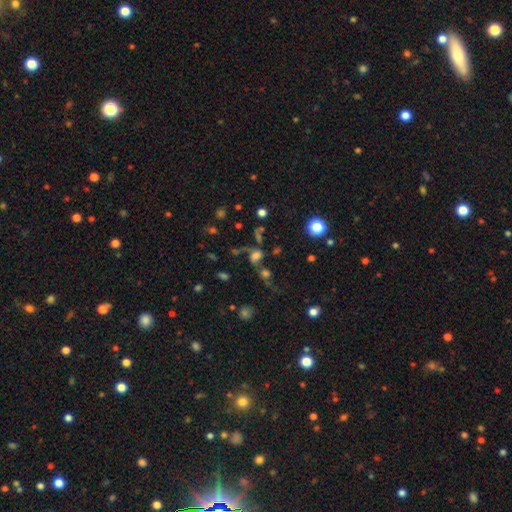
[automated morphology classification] This is marginally a smooth galaxy (39%). Merging: marginally merger (37%).